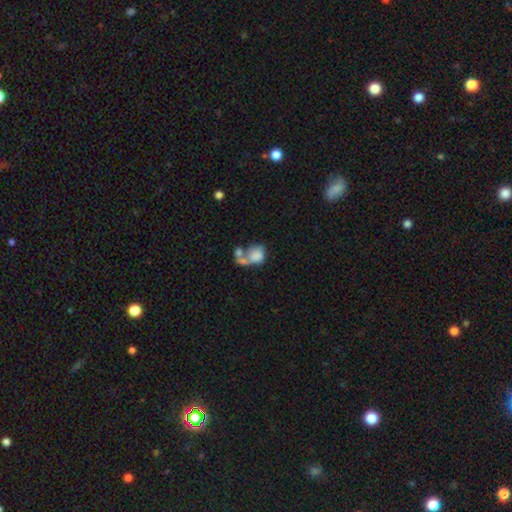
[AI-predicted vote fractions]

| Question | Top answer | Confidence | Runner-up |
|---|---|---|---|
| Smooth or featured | smooth | 65% | featured or disk (26%) |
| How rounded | in between | 57% | round (42%) |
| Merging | merger | 59% | major disturbance (16%) |